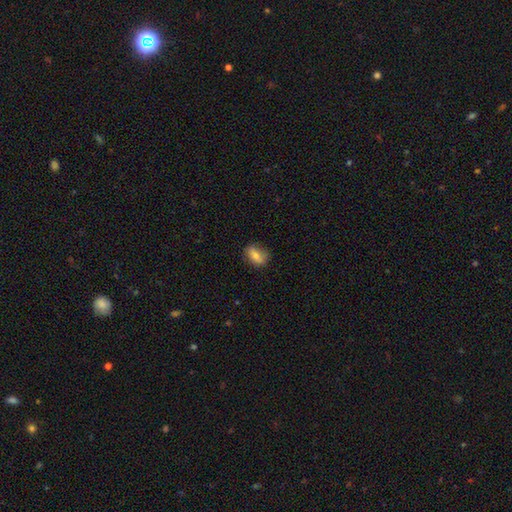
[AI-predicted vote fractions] smooth-or-featured: smooth: 71% | featured or disk: 21% | star or artifact: 8%
  how-rounded: in between: 78% | round: 19% | cigar-shaped: 4%
  merging: none: 74% | minor disturbance: 20% | major disturbance: 4% | merger: 1%